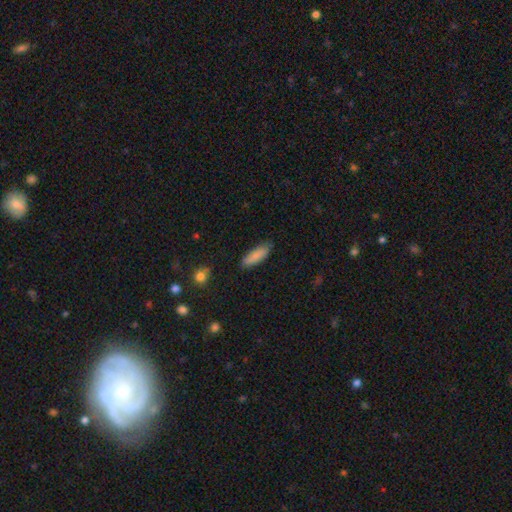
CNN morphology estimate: Overall: smooth (85%). How rounded: in between (60%; cigar-shaped 38%). Merging: none (81%).